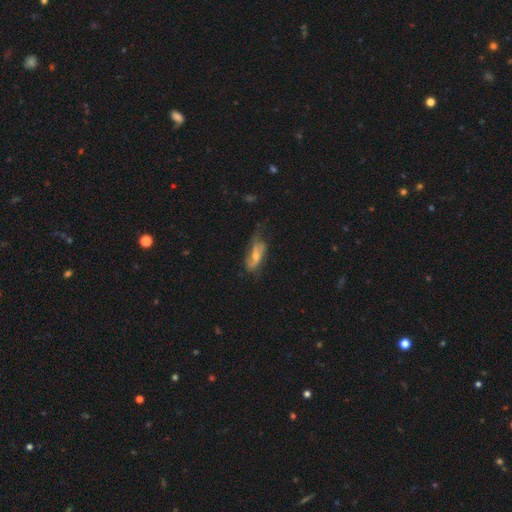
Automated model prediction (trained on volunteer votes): This appears to be a featured or disk galaxy (57%). Merging: none (42%).